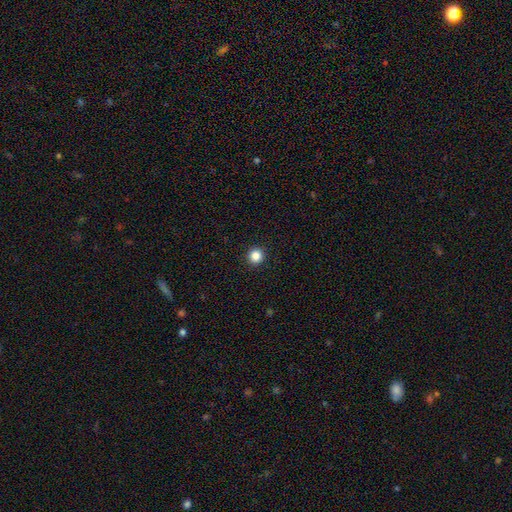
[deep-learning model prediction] Q: Smooth or featured?
A: smooth (85%); runner-up: star or artifact (11%)
Q: How rounded?
A: round (93%); runner-up: in between (6%)
Q: Merging?
A: none (93%); runner-up: minor disturbance (4%)